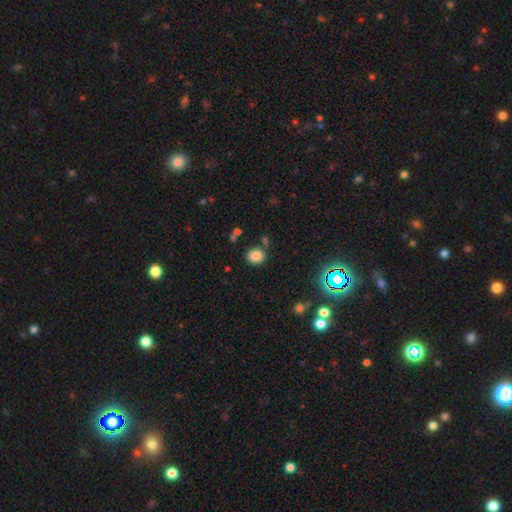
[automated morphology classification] A smooth galaxy with no disk features (82%) that is round (67%). Merging: none (79%).